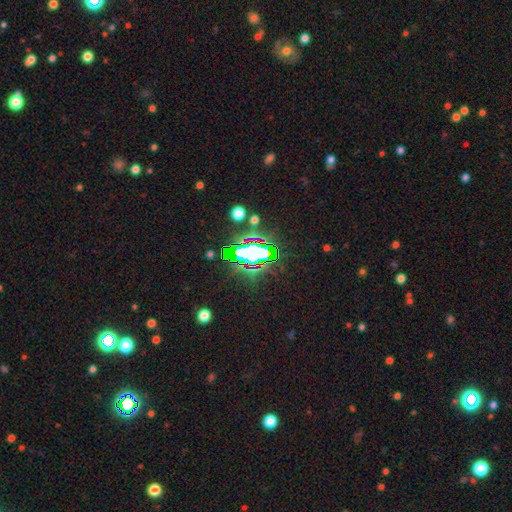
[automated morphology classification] Smooth or featured: star or artifact — 62% (smooth — 22%)